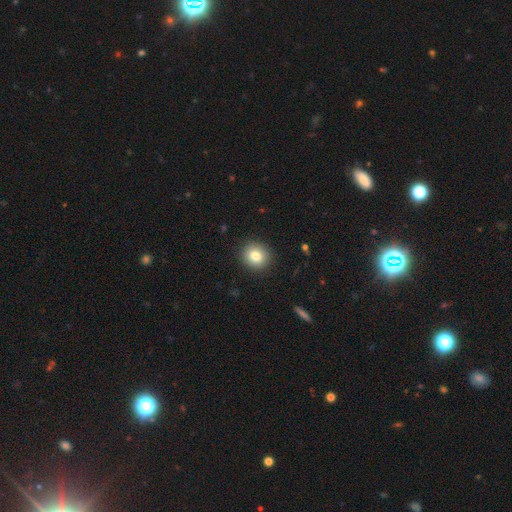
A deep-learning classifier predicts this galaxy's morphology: Smooth or featured? smooth (82%)
How rounded? round (85%)
Merging? none (91%)